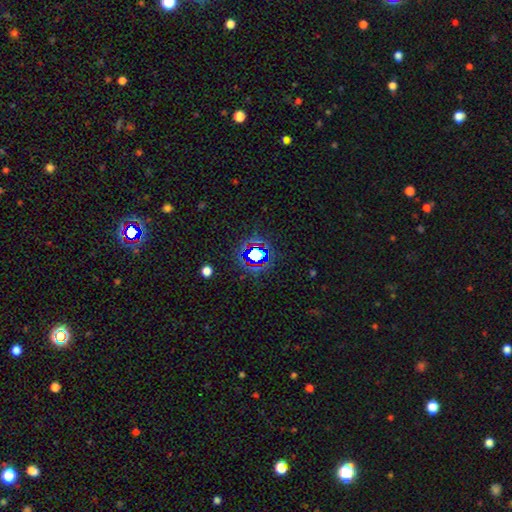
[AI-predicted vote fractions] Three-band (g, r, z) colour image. It shows a star or artifact, not a galaxy (71%).